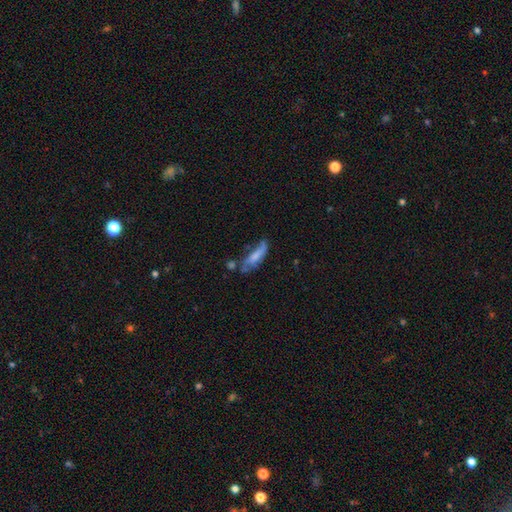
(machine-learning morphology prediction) Smooth or featured? Predicted: smooth (p=0.60). How rounded? Predicted: cigar-shaped (p=0.60). Merging? Predicted: none (p=0.38).